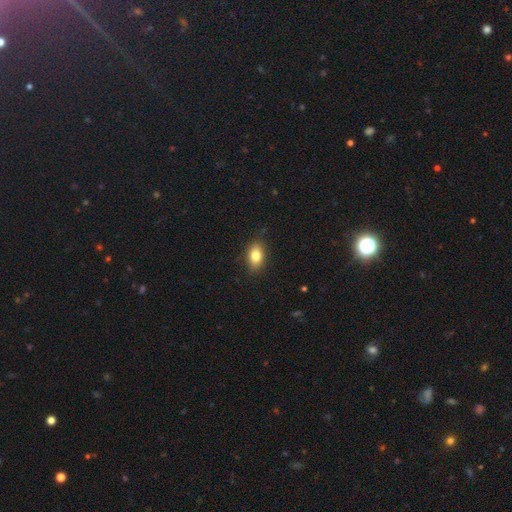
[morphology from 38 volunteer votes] type=smooth (84%); roundness=in between (84%); merging=none (92%).